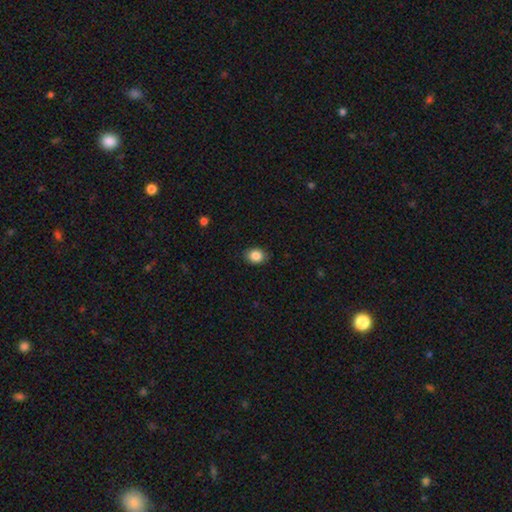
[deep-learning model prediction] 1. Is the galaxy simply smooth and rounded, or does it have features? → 87% smooth, 9% star or artifact, 4% featured or disk.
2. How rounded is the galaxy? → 50% round, 49% in between, 1% cigar-shaped.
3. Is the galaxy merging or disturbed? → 88% none, 9% minor disturbance, 2% major disturbance, 1% merger.